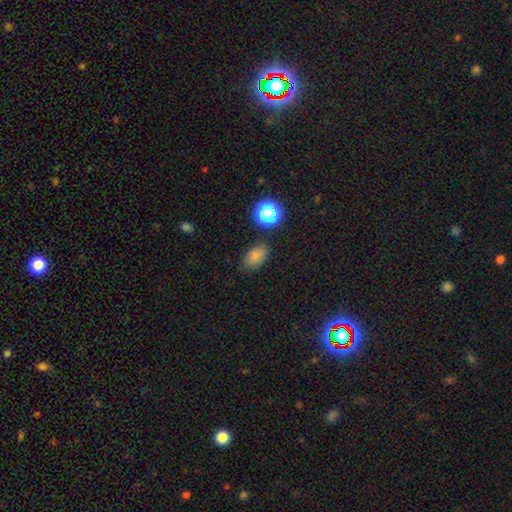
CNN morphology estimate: The model was most divided on "smooth or featured": smooth: 79%, star or artifact: 14%, featured or disk: 7%. More confident: how rounded — in between (84%); merging — none (79%).